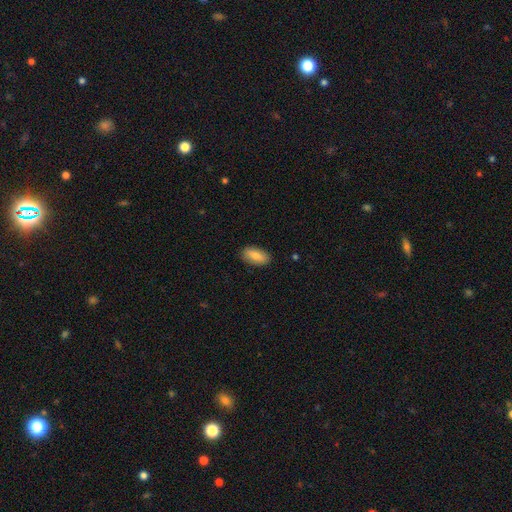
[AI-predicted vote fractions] Q: Smooth or featured?
A: smooth (80%); runner-up: featured or disk (14%)
Q: How rounded?
A: in between (89%); runner-up: cigar-shaped (8%)
Q: Merging?
A: none (88%); runner-up: minor disturbance (9%)